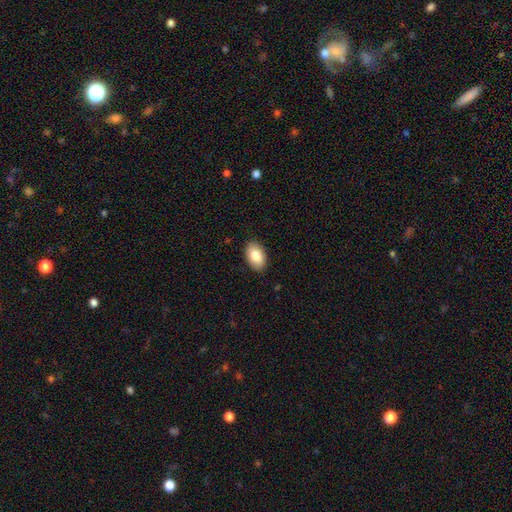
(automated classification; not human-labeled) smooth_or_featured: smooth (p=0.84) [alt: featured or disk p=0.09]
how_rounded: in between (p=0.93) [alt: round p=0.06]
merging: none (p=0.89) [alt: minor disturbance p=0.09]